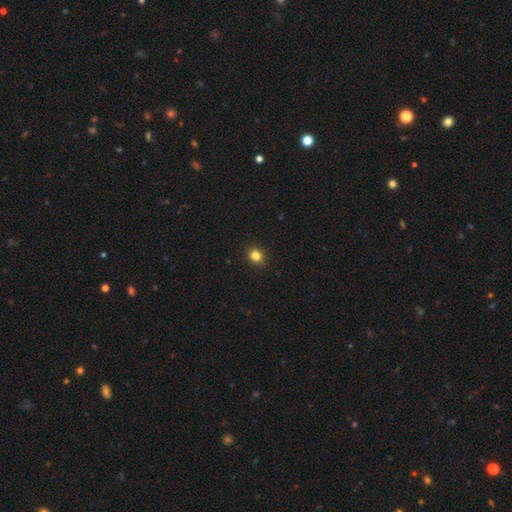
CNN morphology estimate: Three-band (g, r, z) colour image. It shows a smooth galaxy with no disk features (82%) that is round (73%). Merging: none (90%).